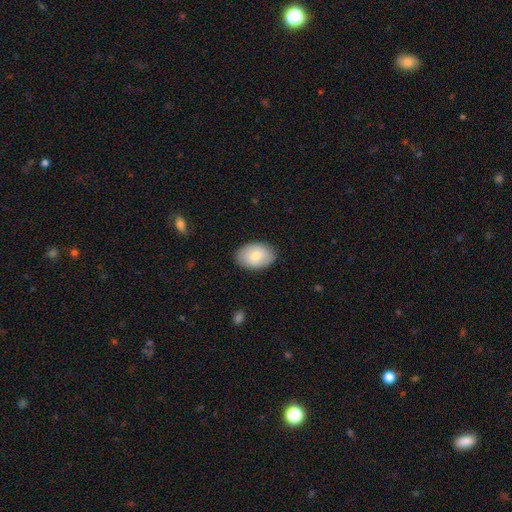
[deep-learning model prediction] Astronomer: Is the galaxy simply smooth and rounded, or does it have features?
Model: smooth — 75%.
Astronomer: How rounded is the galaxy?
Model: in between — 88%.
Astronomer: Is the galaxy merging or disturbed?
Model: none — 87%.